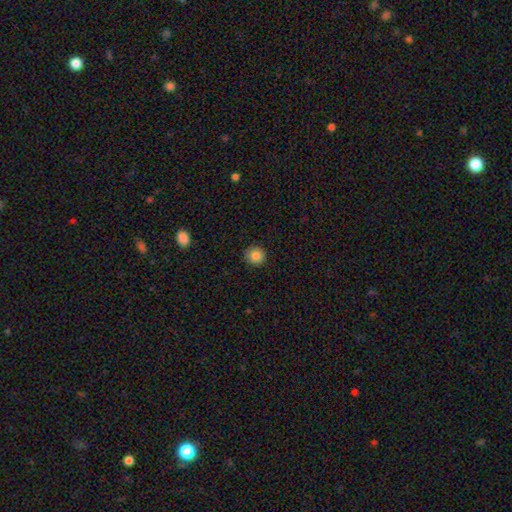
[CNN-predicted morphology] Overall: smooth (85%). How rounded: round (93%). Merging: none (90%).